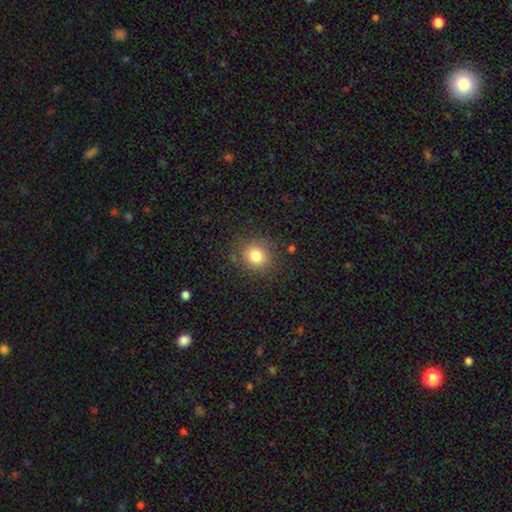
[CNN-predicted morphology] Smooth or featured?
  - smooth: 81% *
  - star or artifact: 12%
  - featured or disk: 7%
How rounded?
  - round: 83% *
  - in between: 16%
  - cigar-shaped: 1%
Merging?
  - none: 84% *
  - minor disturbance: 10%
  - major disturbance: 4%
  - merger: 2%